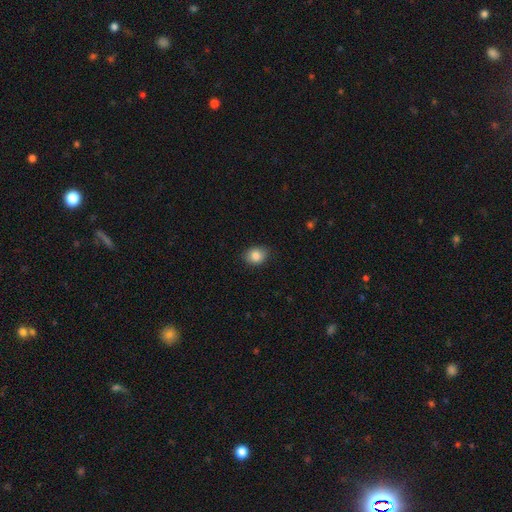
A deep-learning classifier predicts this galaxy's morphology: Smooth or featured?
  - smooth: 85% *
  - star or artifact: 9%
  - featured or disk: 6%
How rounded?
  - round: 51% *
  - in between: 48%
  - cigar-shaped: 1%
Merging?
  - none: 84% *
  - minor disturbance: 12%
  - major disturbance: 2%
  - merger: 1%